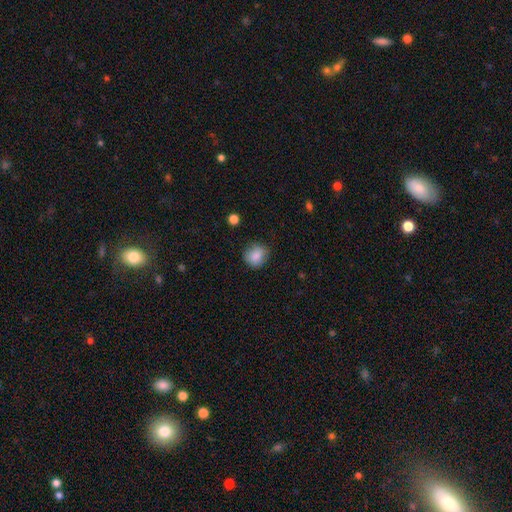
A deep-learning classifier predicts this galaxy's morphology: Q: Smooth or featured?
A: smooth (85%); runner-up: star or artifact (9%)
Q: How rounded?
A: round (78%); runner-up: in between (21%)
Q: Merging?
A: none (77%); runner-up: minor disturbance (17%)